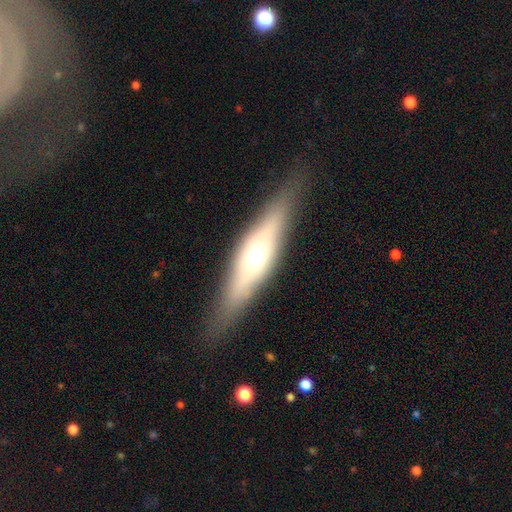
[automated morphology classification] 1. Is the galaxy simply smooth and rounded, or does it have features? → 56% featured or disk, 38% smooth, 7% star or artifact.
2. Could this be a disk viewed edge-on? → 81% yes, 19% no.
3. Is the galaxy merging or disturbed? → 84% none, 11% minor disturbance, 4% major disturbance, 1% merger.